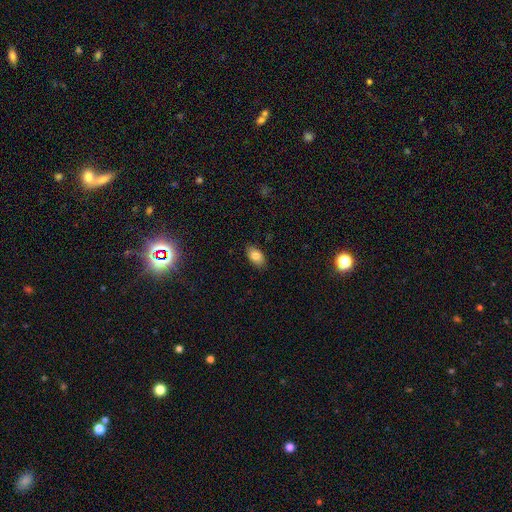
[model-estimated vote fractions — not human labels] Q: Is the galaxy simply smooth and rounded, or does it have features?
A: smooth — 84%.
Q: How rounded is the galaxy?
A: in between — 92%.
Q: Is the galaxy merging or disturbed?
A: none — 87%.